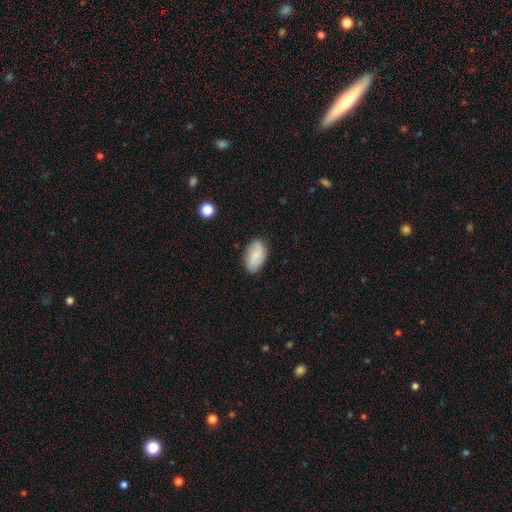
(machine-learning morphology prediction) This appears to be a smooth galaxy with no disk features (64%) that is in between round and cigar-shaped (92%). Merging: none (81%).